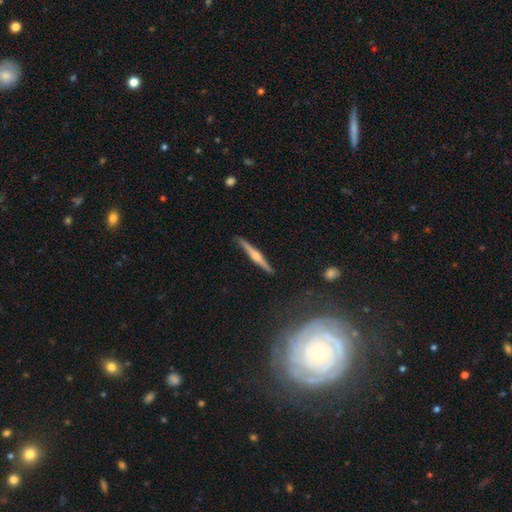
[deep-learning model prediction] Overall: featured or disk (68%). Edge-on disk: yes (98%). Edge-on bulge: rounded (77%). Merging: none (90%).